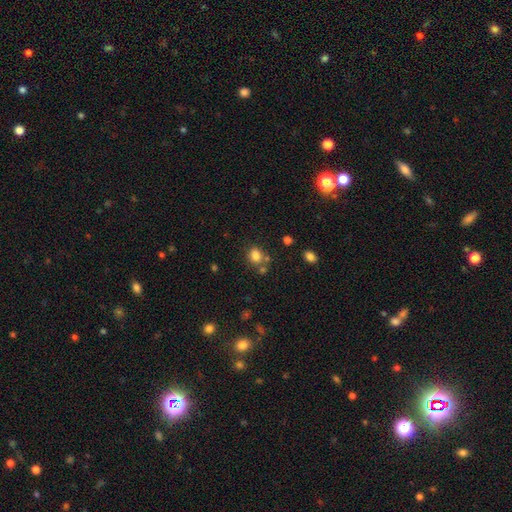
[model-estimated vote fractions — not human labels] Smooth or featured: smooth — 80% (star or artifact — 13%)
How rounded: round — 59% (in between — 40%)
Merging: none — 61% (merger — 21%)